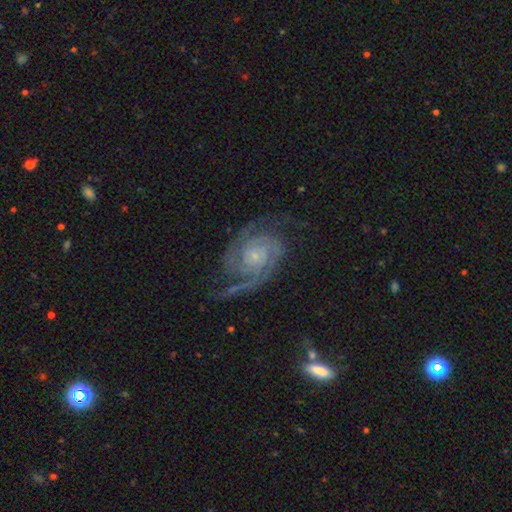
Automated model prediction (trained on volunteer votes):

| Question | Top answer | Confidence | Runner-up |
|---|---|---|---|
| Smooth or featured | featured or disk | 92% | star or artifact (5%) |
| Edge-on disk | no | 98% | yes (2%) |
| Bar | no | 72% | weak (21%) |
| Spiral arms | yes | 98% | no (2%) |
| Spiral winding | tight | 55% | medium (38%) |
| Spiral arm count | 2 | 65% | 3 (15%) |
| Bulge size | small | 78% | moderate (14%) |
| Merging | none | 71% | minor disturbance (16%) |